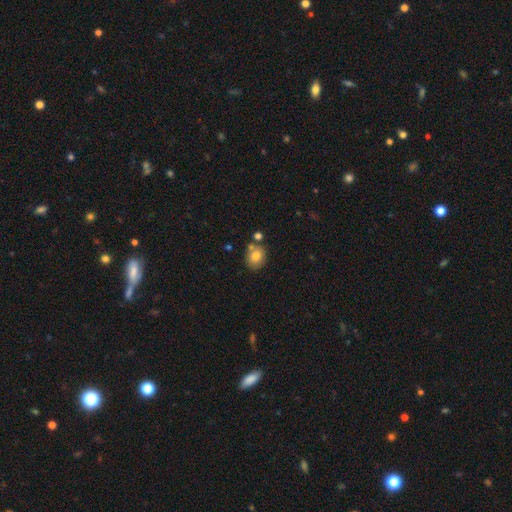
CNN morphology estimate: Smooth or featured? Predicted: smooth (p=0.78). How rounded? Predicted: round (p=0.60). Merging? Predicted: none (p=0.67).